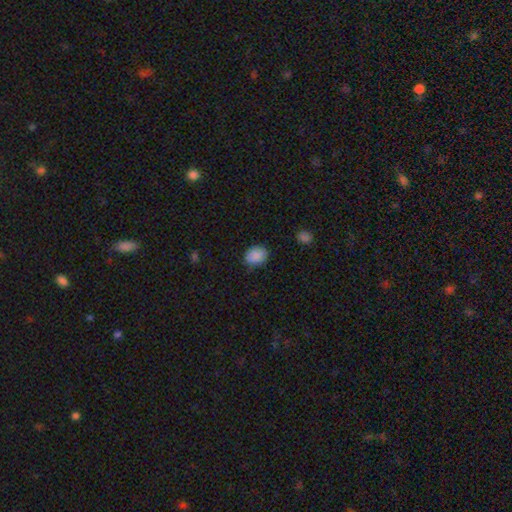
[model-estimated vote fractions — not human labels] The model was most divided on "how rounded": round: 52%, in between: 48%, cigar-shaped: 1%. More confident: smooth or featured — smooth (87%); merging — none (79%).